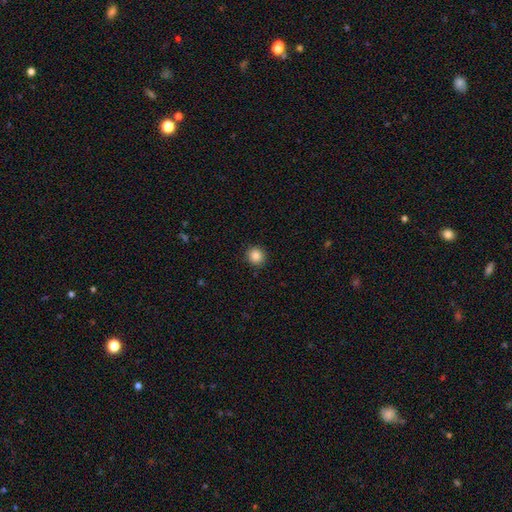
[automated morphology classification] Smooth or featured? smooth (87%)
How rounded? round (92%)
Merging? none (91%)